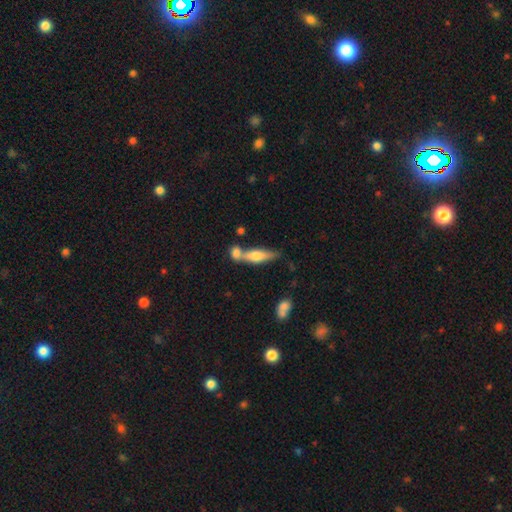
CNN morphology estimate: The model was most divided on "merging": none: 43%, merger: 41%, minor disturbance: 12%, major disturbance: 4%. More confident: how rounded — cigar-shaped (60%); smooth or featured — smooth (53%).